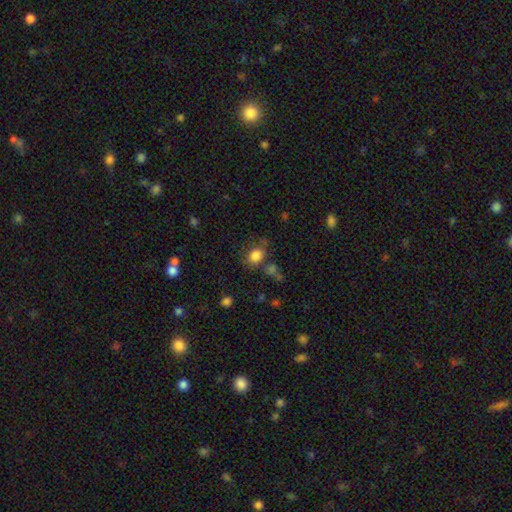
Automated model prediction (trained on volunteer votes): This appears to be a smooth galaxy with no disk features (82%) that is round (52%). Merging: none (62%).